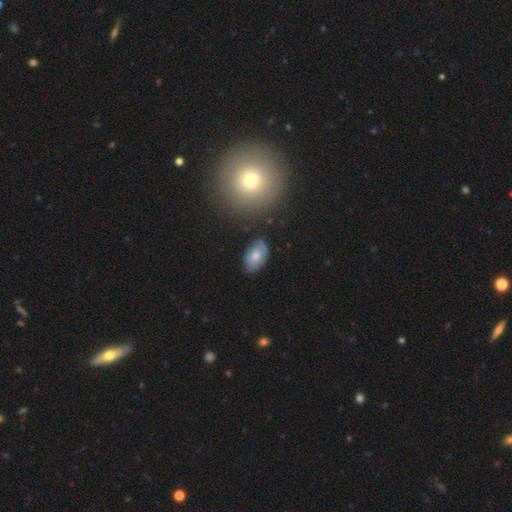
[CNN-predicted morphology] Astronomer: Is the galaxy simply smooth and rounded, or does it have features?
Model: smooth — 66%.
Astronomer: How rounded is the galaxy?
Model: in between — 92%.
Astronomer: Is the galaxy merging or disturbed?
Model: none — 73%.